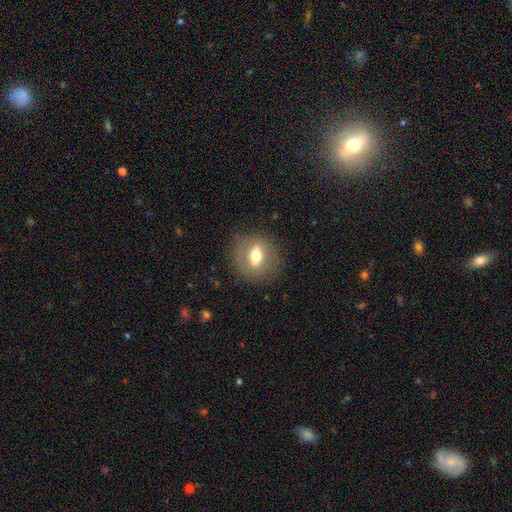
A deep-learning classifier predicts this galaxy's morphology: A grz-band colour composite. It shows a smooth galaxy with no disk features (50%) that is round (53%). Merging: none (82%).